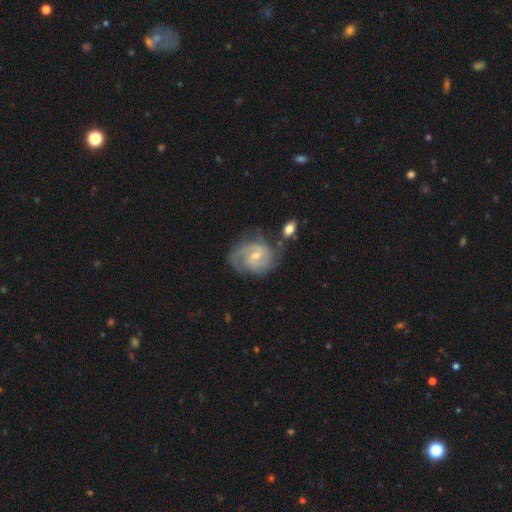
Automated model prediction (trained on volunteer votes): Smooth or featured? Predicted: featured or disk (p=0.88). Edge-on disk? Predicted: no (p=0.98). Bar? Predicted: weak (p=0.56). Spiral arms? Predicted: yes (p=0.97). Spiral winding? Predicted: tight (p=0.48). Spiral arm count? Predicted: 2 (p=0.61). Bulge size? Predicted: small (p=0.56). Merging? Predicted: none (p=0.63).